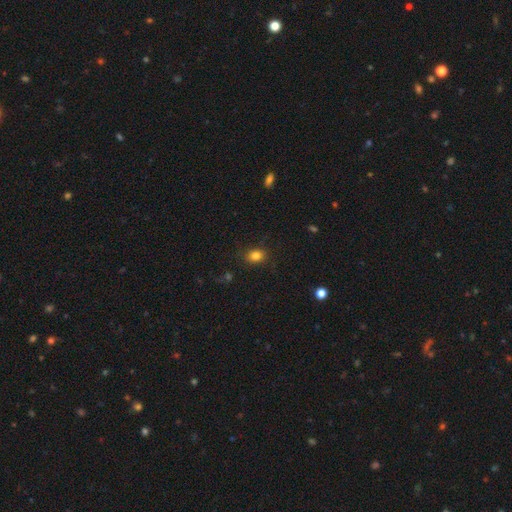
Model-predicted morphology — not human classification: Smooth or featured? Predicted: smooth (p=0.83). How rounded? Predicted: in between (p=0.55). Merging? Predicted: none (p=0.85).